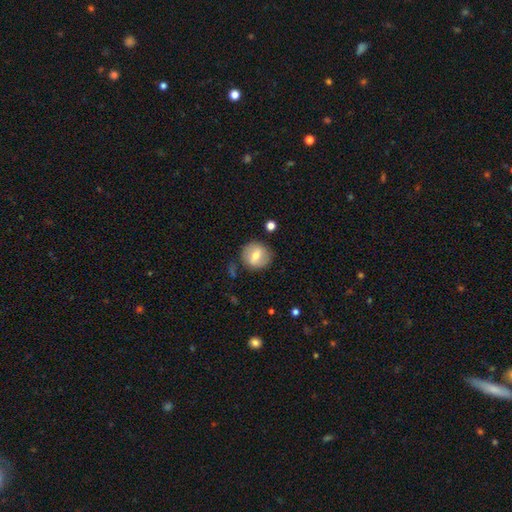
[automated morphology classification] This appears to be a smooth galaxy with no disk features (58%) that is round (86%). Merging: none (82%).